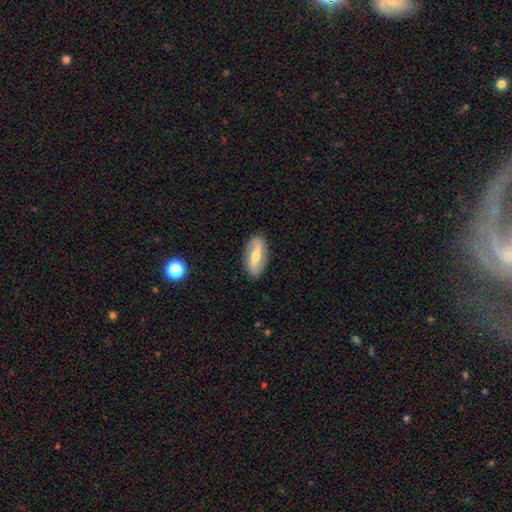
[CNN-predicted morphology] type=featured or disk (64%); edge-on=no (86%); bar=strong (47%); spiral arms=yes (74%); bulge=moderate (57%); merging=none (87%).